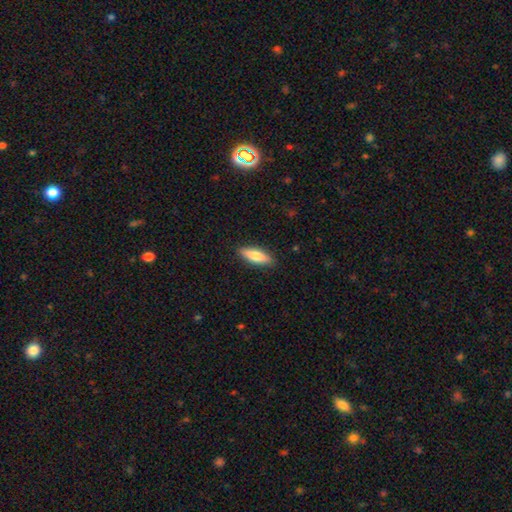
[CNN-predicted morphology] Smooth or featured?
  - smooth: 76% *
  - featured or disk: 19%
  - star or artifact: 6%
How rounded?
  - in between: 52% *
  - cigar-shaped: 46%
  - round: 2%
Merging?
  - none: 88% *
  - minor disturbance: 9%
  - major disturbance: 2%
  - merger: 1%